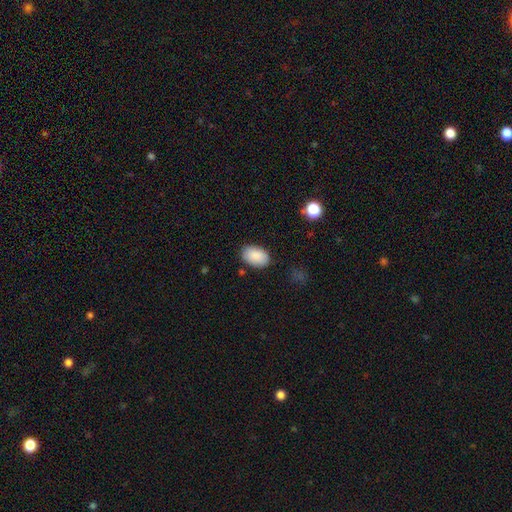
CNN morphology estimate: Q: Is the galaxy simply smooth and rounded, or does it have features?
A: smooth — 89%.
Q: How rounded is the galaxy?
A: in between — 90%.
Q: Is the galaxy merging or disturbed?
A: none — 83%.